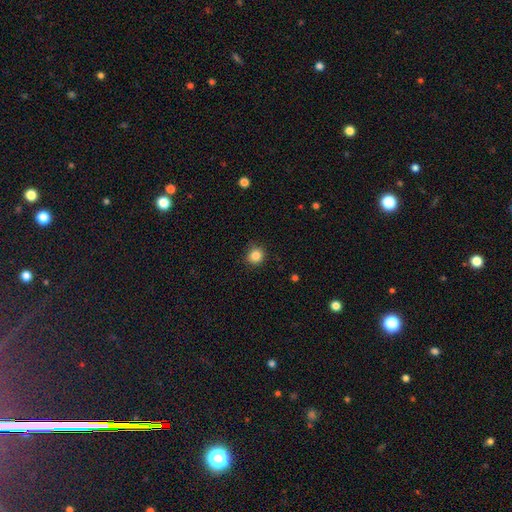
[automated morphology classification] Smooth or featured? Predicted: smooth (p=0.85). How rounded? Predicted: round (p=0.90). Merging? Predicted: none (p=0.86).